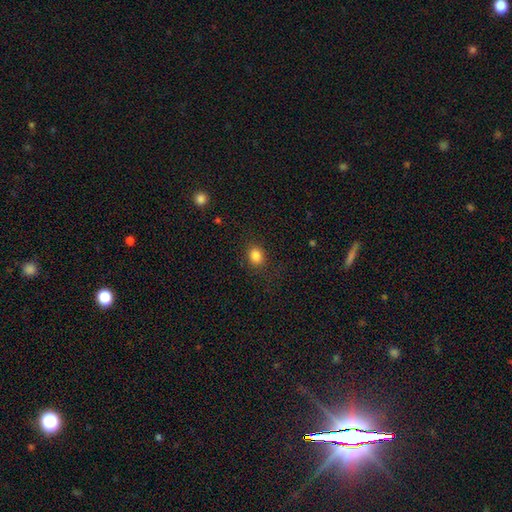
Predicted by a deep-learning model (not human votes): This appears to be a smooth galaxy with no disk features (85%) that is round (56%). Merging: none (86%).